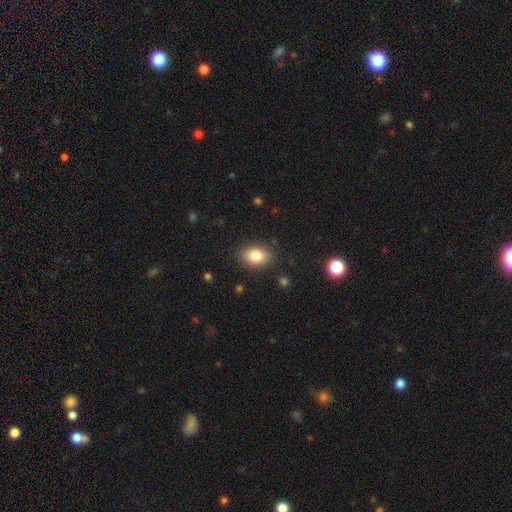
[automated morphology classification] smooth-or-featured: smooth: 82% | featured or disk: 9% | star or artifact: 9%
  how-rounded: in between: 79% | round: 19% | cigar-shaped: 1%
  merging: none: 85% | minor disturbance: 10% | major disturbance: 3% | merger: 1%